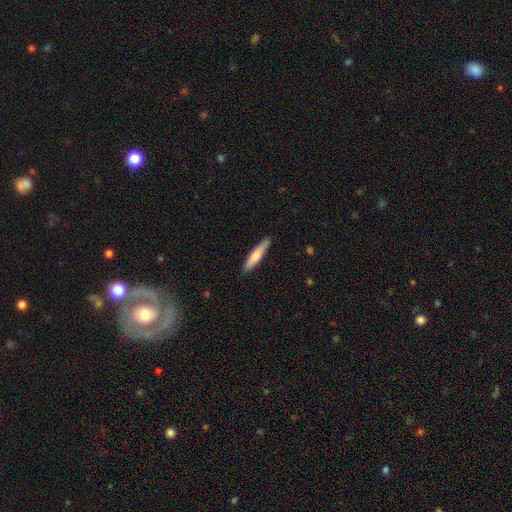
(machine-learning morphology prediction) smooth_or_featured: smooth (p=0.68) [alt: featured or disk p=0.27]
how_rounded: cigar-shaped (p=0.87) [alt: in between p=0.12]
merging: none (p=0.89) [alt: minor disturbance p=0.08]